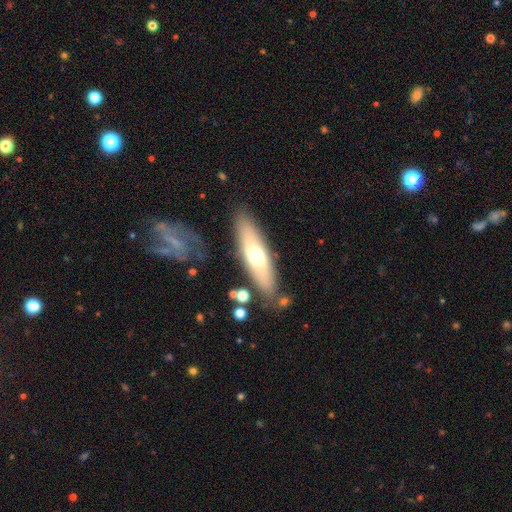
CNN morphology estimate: A smooth galaxy with no disk features (55%) that is cigar-shaped (54%).

Vote fractions:
- Smooth or featured? smooth: 55% / featured or disk: 39% / star or artifact: 6%
- How rounded? cigar-shaped: 54% / in between: 44% / round: 2%
- Merging? none: 79% / minor disturbance: 13% / merger: 4% / major disturbance: 4%